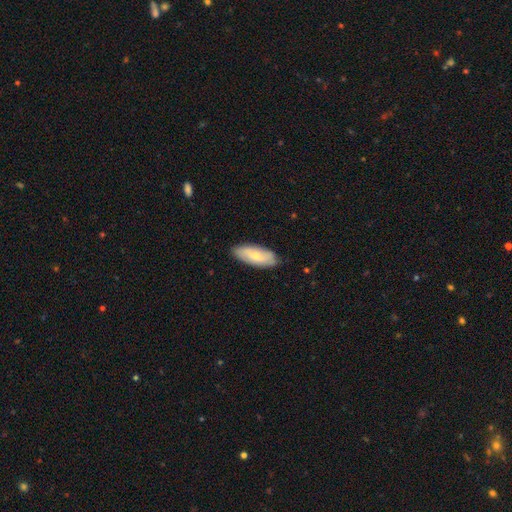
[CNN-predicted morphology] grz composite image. It shows a smooth galaxy with no disk features (64%) that is in between round and cigar-shaped (79%). Merging: none (84%).